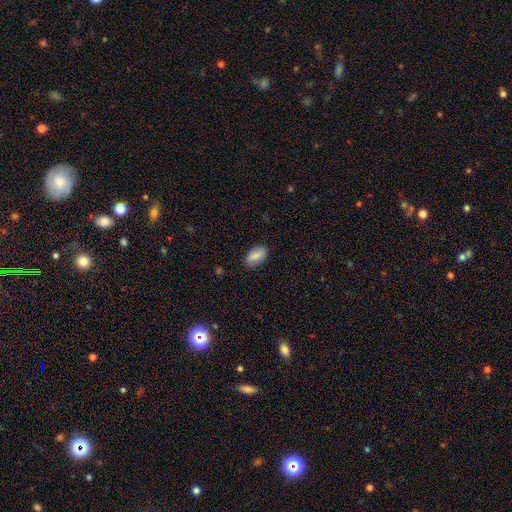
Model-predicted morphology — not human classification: A smooth galaxy with no disk features (86%) that is in between round and cigar-shaped (94%).

Vote fractions:
- Smooth or featured? smooth: 86% / featured or disk: 7% / star or artifact: 7%
- How rounded? in between: 94% / cigar-shaped: 3% / round: 3%
- Merging? none: 85% / minor disturbance: 11% / major disturbance: 2% / merger: 1%